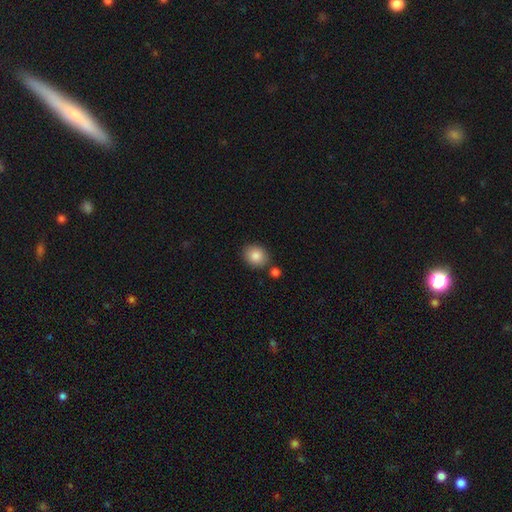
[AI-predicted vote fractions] smooth_or_featured: smooth (p=0.86) [alt: star or artifact p=0.08]
how_rounded: round (p=0.66) [alt: in between p=0.33]
merging: none (p=0.79) [alt: minor disturbance p=0.10]